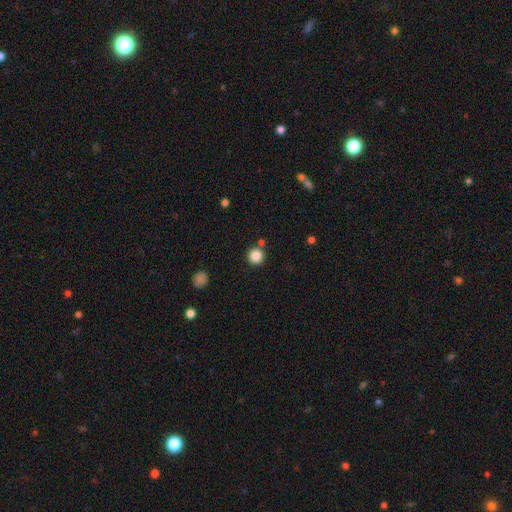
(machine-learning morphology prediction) Smooth or featured?
  - smooth: 85% *
  - star or artifact: 11%
  - featured or disk: 4%
How rounded?
  - round: 95% *
  - in between: 4%
  - cigar-shaped: 1%
Merging?
  - none: 83% *
  - merger: 8%
  - minor disturbance: 7%
  - major disturbance: 2%